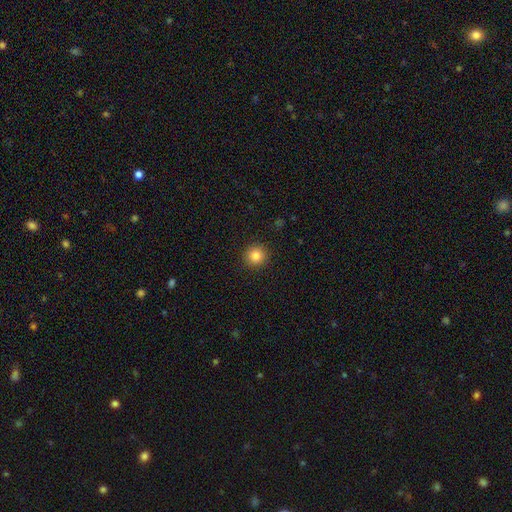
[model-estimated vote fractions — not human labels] Q: Smooth or featured?
A: smooth (83%); runner-up: star or artifact (12%)
Q: How rounded?
A: round (94%); runner-up: in between (5%)
Q: Merging?
A: none (92%); runner-up: minor disturbance (5%)